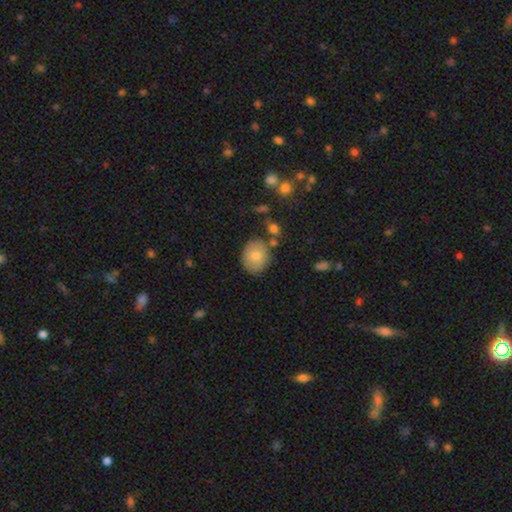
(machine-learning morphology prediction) Smooth or featured?
  - smooth: 77% *
  - featured or disk: 15%
  - star or artifact: 8%
How rounded?
  - round: 64% *
  - in between: 35%
  - cigar-shaped: 1%
Merging?
  - none: 76% *
  - minor disturbance: 15%
  - merger: 6%
  - major disturbance: 4%